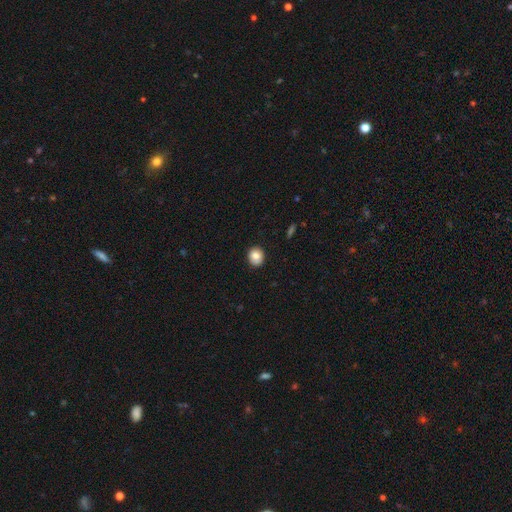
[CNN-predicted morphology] smooth 80%, featured or disk 11%, star or artifact 9%. Down the decision tree: how rounded — round (75%); merging — none (86%).